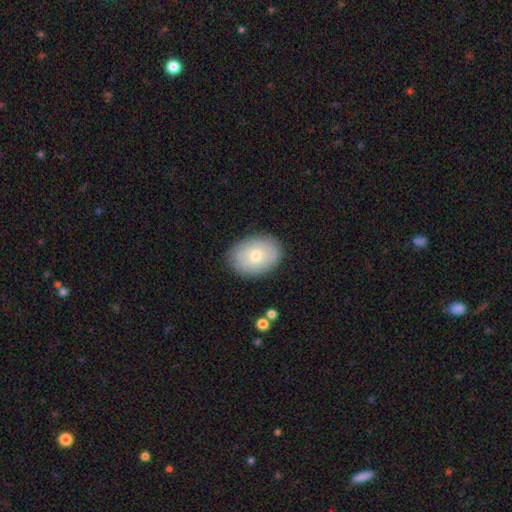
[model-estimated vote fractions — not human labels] A smooth galaxy with no disk features (66%) that is in between round and cigar-shaped (75%).

Vote fractions:
- Smooth or featured? smooth: 66% / featured or disk: 27% / star or artifact: 7%
- How rounded? in between: 75% / round: 24% / cigar-shaped: 1%
- Merging? none: 85% / minor disturbance: 11% / major disturbance: 3% / merger: 1%